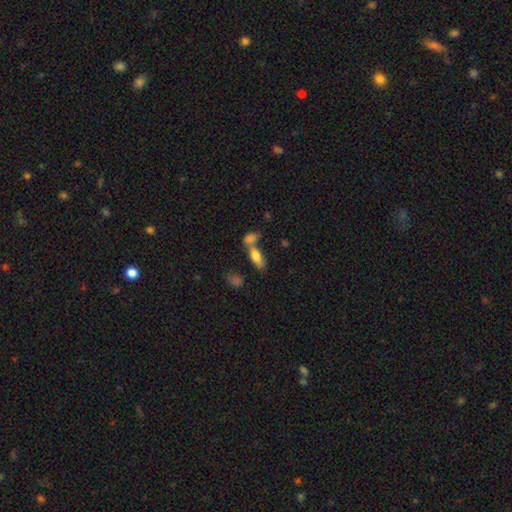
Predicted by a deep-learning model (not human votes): Smooth or featured?
  - smooth: 74% *
  - featured or disk: 17%
  - star or artifact: 9%
How rounded?
  - in between: 73% *
  - cigar-shaped: 22%
  - round: 5%
Merging?
  - merger: 45% *
  - none: 40%
  - minor disturbance: 10%
  - major disturbance: 5%